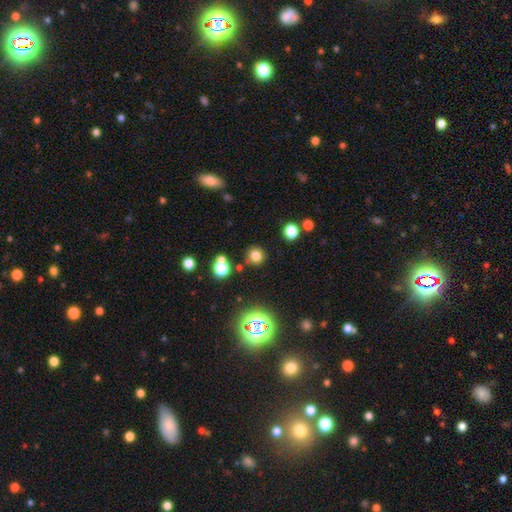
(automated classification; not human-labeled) Smooth or featured?
  - smooth: 75% *
  - star or artifact: 19%
  - featured or disk: 6%
How rounded?
  - round: 92% *
  - in between: 7%
  - cigar-shaped: 1%
Merging?
  - none: 82% *
  - minor disturbance: 8%
  - merger: 7%
  - major disturbance: 3%